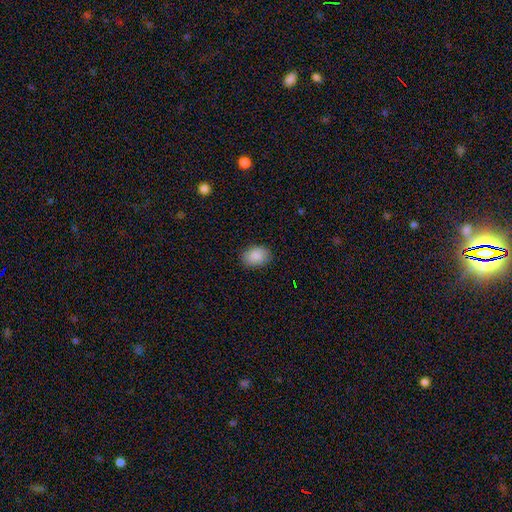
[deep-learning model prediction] Smooth or featured? smooth (89%)
How rounded? in between (82%)
Merging? none (86%)